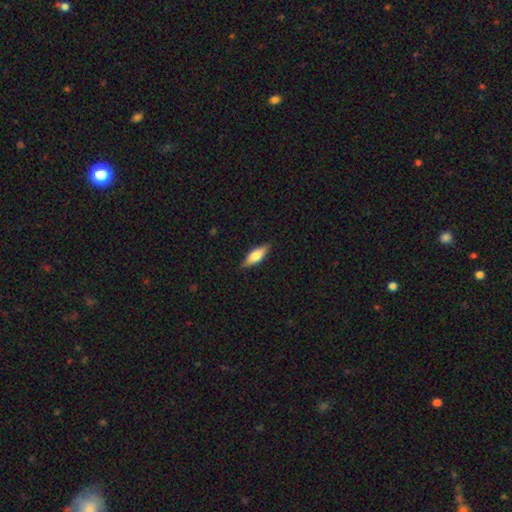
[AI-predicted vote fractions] Smooth or featured?
  - smooth: 63% *
  - featured or disk: 31%
  - star or artifact: 6%
How rounded?
  - in between: 60% *
  - cigar-shaped: 38%
  - round: 2%
Merging?
  - none: 86% *
  - minor disturbance: 11%
  - major disturbance: 2%
  - merger: 1%